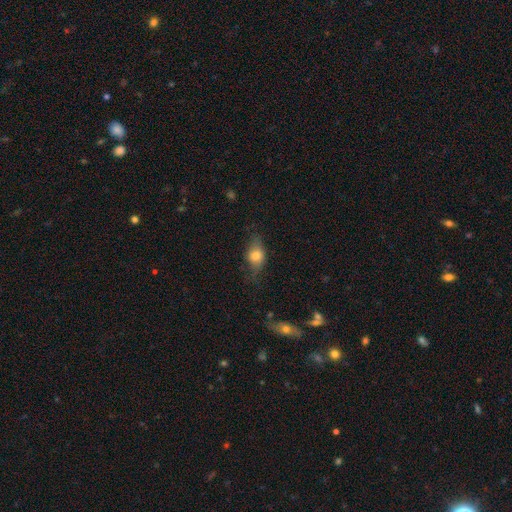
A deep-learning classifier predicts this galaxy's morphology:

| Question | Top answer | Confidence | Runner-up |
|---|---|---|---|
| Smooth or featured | smooth | 70% | featured or disk (21%) |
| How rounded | in between | 73% | round (22%) |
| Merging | none | 60% | minor disturbance (27%) |